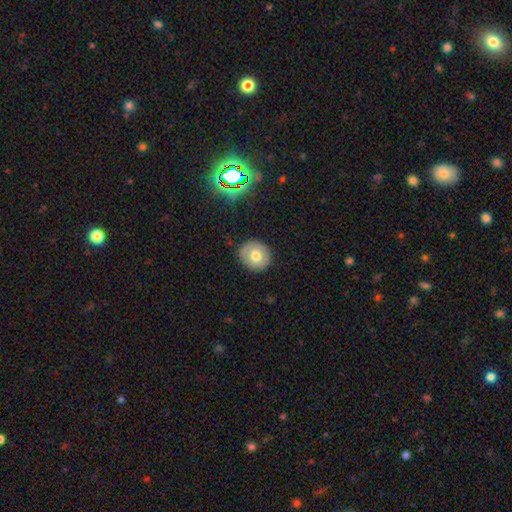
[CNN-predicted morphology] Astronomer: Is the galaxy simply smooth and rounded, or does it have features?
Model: smooth — 67%.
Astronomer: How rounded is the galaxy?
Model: round — 82%.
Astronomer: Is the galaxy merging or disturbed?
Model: none — 88%.